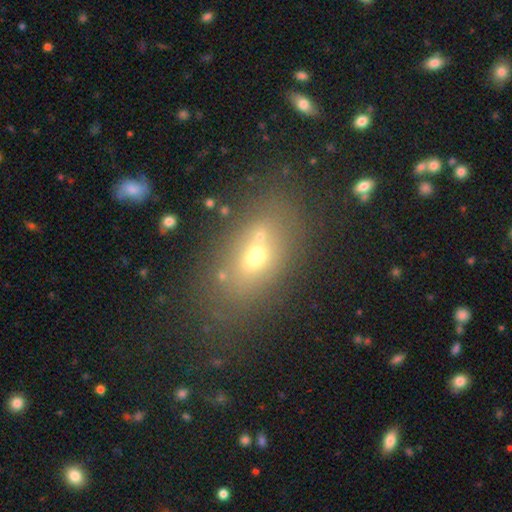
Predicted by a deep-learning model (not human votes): Morphology: type=smooth (56%); roundness=in between (76%); merging=none (53%).